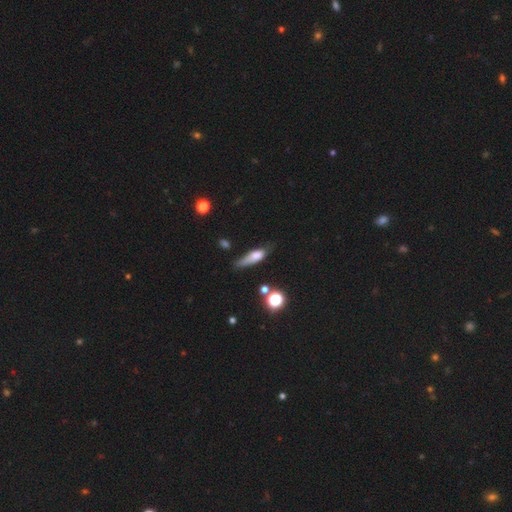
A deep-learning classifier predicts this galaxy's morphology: Smooth or featured? Predicted: smooth (p=0.64). How rounded? Predicted: cigar-shaped (p=0.52). Merging? Predicted: none (p=0.42).